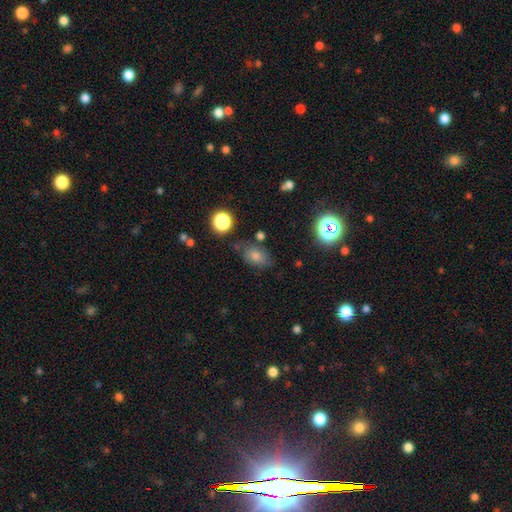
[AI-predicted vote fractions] This appears to be a smooth galaxy with no disk features (73%) that is in between round and cigar-shaped (82%). Merging: none (68%).